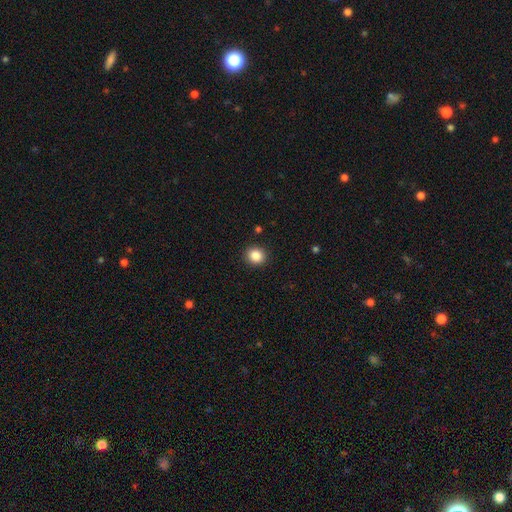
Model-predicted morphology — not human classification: A smooth galaxy with no disk features (86%) that is round (83%).

Vote fractions:
- Smooth or featured? smooth: 86% / star or artifact: 10% / featured or disk: 4%
- How rounded? round: 83% / in between: 16% / cigar-shaped: 1%
- Merging? none: 91% / minor disturbance: 6% / major disturbance: 2% / merger: 1%